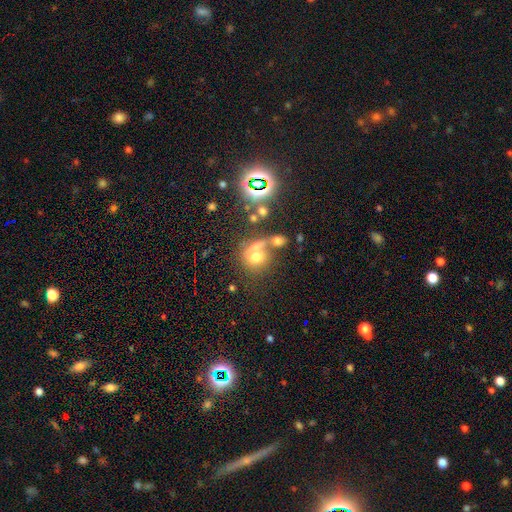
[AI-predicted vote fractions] Overall: smooth (60%; star or artifact 23%). How rounded: round (75%). Merging: merger (39%; none 38%).